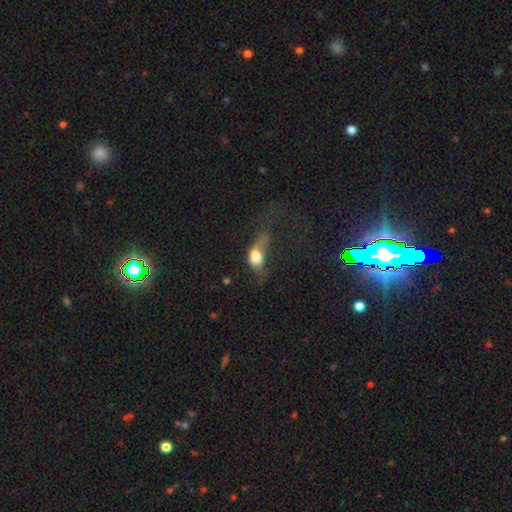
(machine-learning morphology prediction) smooth-or-featured: smooth: 67% | featured or disk: 23% | star or artifact: 10%
  how-rounded: in between: 75% | round: 15% | cigar-shaped: 10%
  merging: major disturbance: 56% | minor disturbance: 20% | none: 18% | merger: 6%